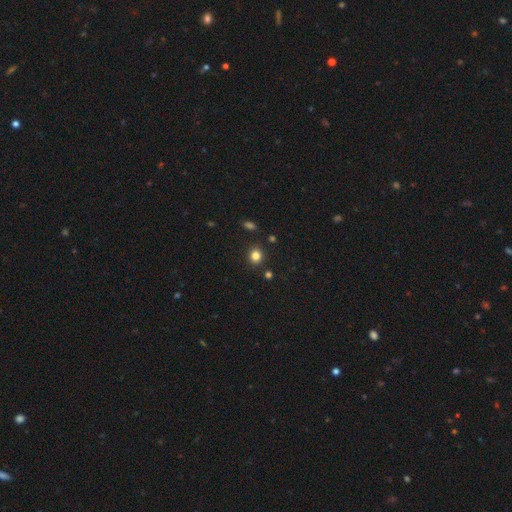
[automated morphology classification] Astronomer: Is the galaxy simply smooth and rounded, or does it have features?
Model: smooth — 82%.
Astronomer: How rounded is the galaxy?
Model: round — 74%.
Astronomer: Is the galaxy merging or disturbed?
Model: none — 87%.